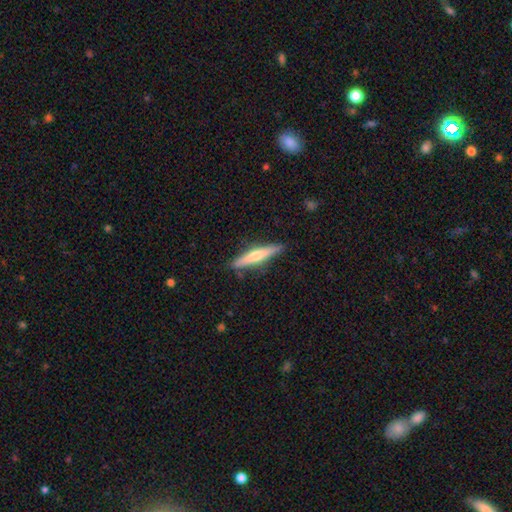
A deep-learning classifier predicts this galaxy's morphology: The model was most divided on "smooth or featured": featured or disk: 50%, smooth: 45%, star or artifact: 6%. More confident: merging — none (87%).